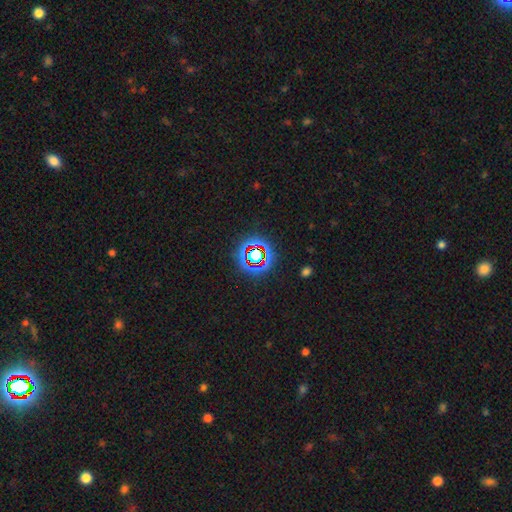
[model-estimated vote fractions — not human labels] Smooth or featured? Predicted: star or artifact (p=0.72).